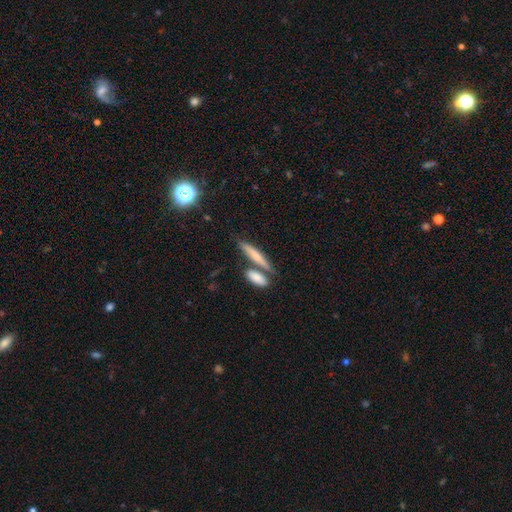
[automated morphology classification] This is likely a smooth galaxy (66%). How rounded: clearly cigar-shaped (80%). Merging: possibly none (59%).